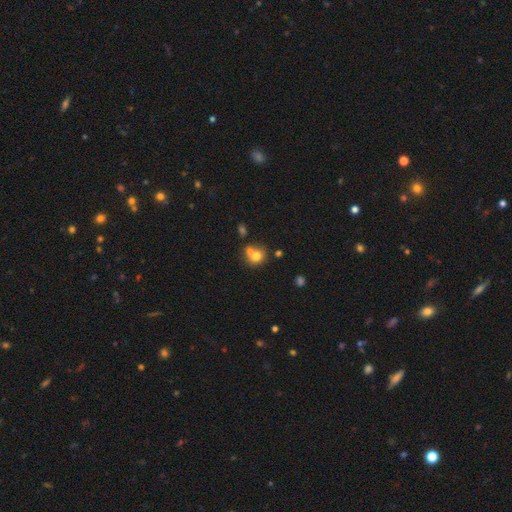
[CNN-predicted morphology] The model was most divided on "merging": merger: 45%, none: 41%, minor disturbance: 9%, major disturbance: 4%. More confident: how rounded — round (78%); smooth or featured — smooth (73%).